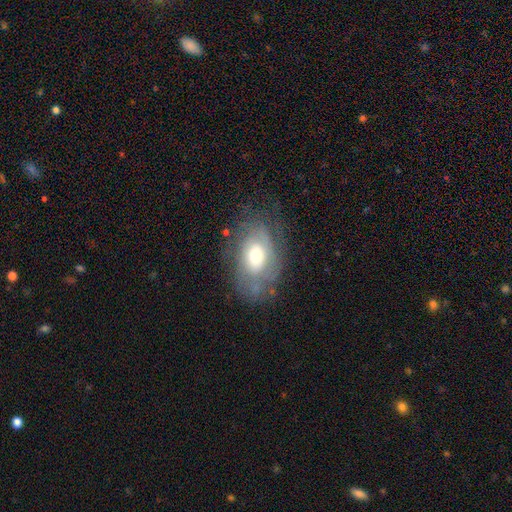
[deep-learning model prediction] Smooth or featured?
  - featured or disk: 55% *
  - smooth: 38%
  - star or artifact: 8%
Edge-on disk?
  - no: 94% *
  - yes: 6%
Bar?
  - no: 75% *
  - weak: 21%
  - strong: 4%
Spiral arms?
  - yes: 62% *
  - no: 38%
Bulge size?
  - moderate: 57% *
  - large: 27%
  - small: 12%
  - dominant: 2%
  - none: 1%
Merging?
  - none: 60% *
  - minor disturbance: 24%
  - major disturbance: 14%
  - merger: 2%